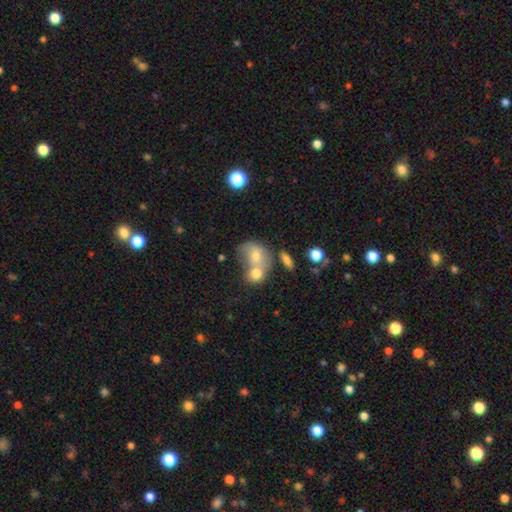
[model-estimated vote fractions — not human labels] smooth 67%, featured or disk 23%, star or artifact 10%. Down the decision tree: how rounded — in between (53%); merging — merger (61%).